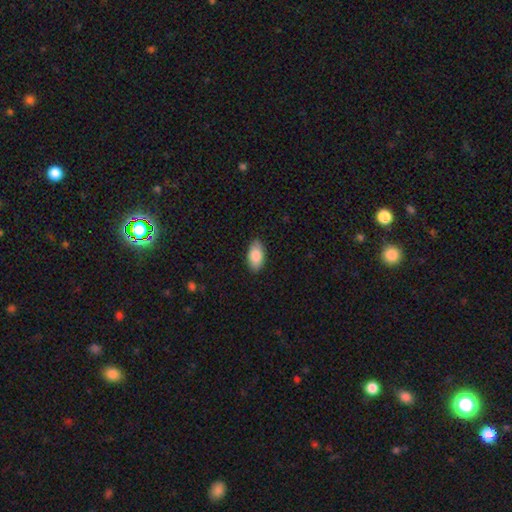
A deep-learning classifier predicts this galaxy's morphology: This appears to be a smooth galaxy with no disk features (85%) that is in between round and cigar-shaped (94%). Merging: none (88%).